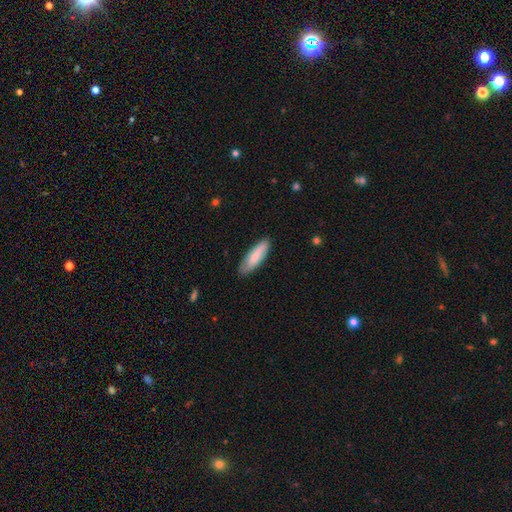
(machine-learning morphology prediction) A smooth galaxy with no disk features (79%) that is cigar-shaped (52%). Merging: none (84%).